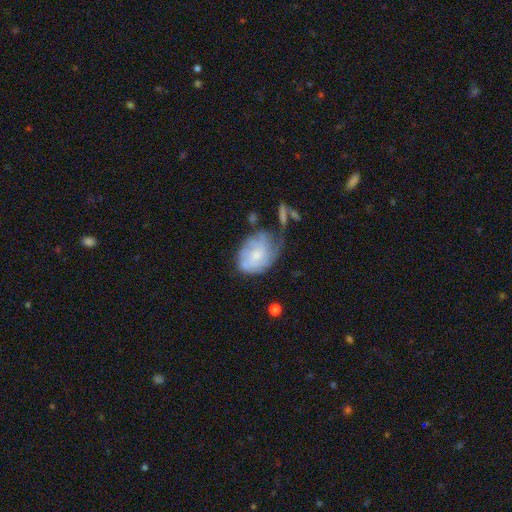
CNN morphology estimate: type=featured or disk (55%); edge-on=no (97%); bar=no (73%); spiral arms=yes (71%); bulge=small (48%); merging=none (36%).